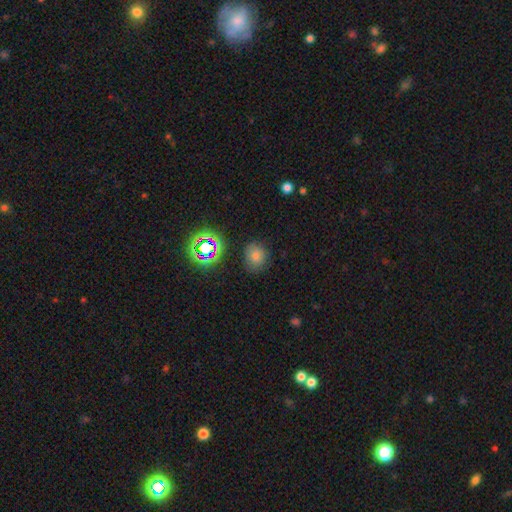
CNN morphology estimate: A smooth galaxy with no disk features (61%) that is round (75%). Merging: none (82%).